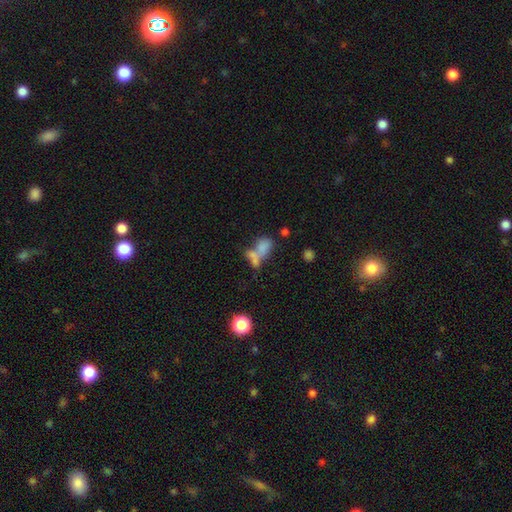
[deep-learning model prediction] A smooth galaxy with no disk features (67%) that is in between round and cigar-shaped (72%).

Vote fractions:
- Smooth or featured? smooth: 67% / featured or disk: 20% / star or artifact: 13%
- How rounded? in between: 72% / round: 18% / cigar-shaped: 10%
- Merging? merger: 58% / none: 24% / minor disturbance: 9% / major disturbance: 9%